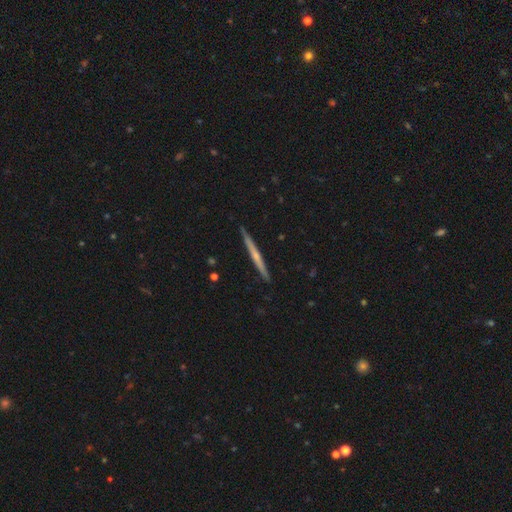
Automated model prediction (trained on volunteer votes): Smooth or featured? featured or disk (63%)
Edge-on disk? yes (98%)
Edge-on bulge? none (50%)
Merging? none (91%)